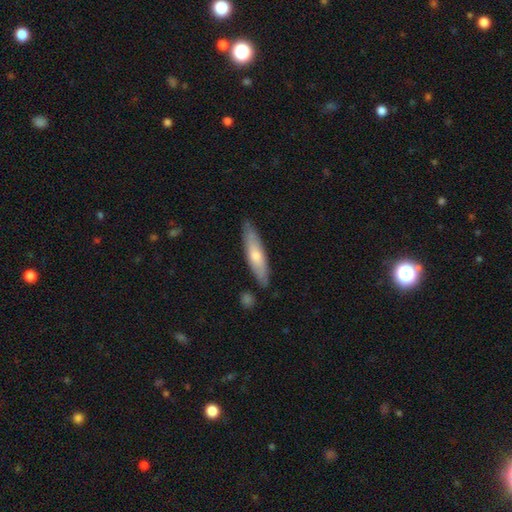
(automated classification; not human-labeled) A smooth galaxy with no disk features (55%) that is cigar-shaped (79%). Merging: none (83%).